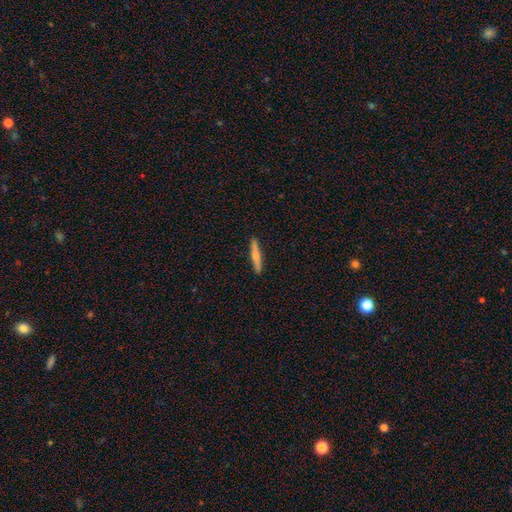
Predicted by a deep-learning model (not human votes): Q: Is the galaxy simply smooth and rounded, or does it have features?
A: smooth — 58%.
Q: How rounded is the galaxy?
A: cigar-shaped — 93%.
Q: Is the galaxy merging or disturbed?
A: none — 90%.